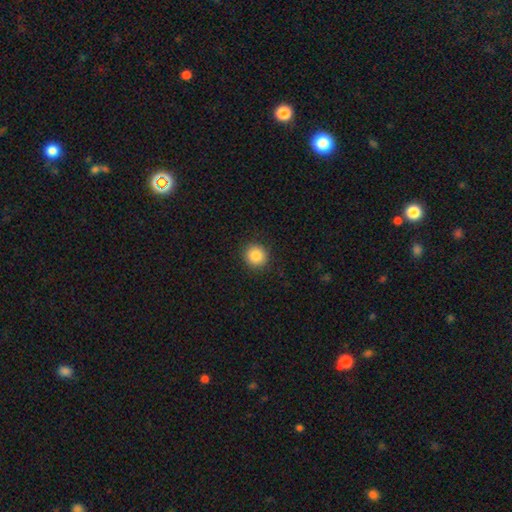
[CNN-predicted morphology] A smooth galaxy with no disk features (85%) that is round (93%).

Vote fractions:
- Smooth or featured? smooth: 85% / star or artifact: 10% / featured or disk: 5%
- How rounded? round: 93% / in between: 6% / cigar-shaped: 1%
- Merging? none: 91% / minor disturbance: 6% / major disturbance: 2% / merger: 1%